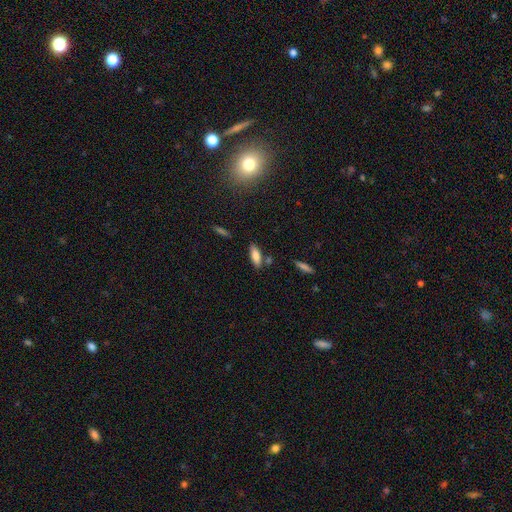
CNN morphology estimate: A smooth galaxy with no disk features (81%) that is in between round and cigar-shaped (63%).

Vote fractions:
- Smooth or featured? smooth: 81% / featured or disk: 12% / star or artifact: 7%
- How rounded? in between: 63% / cigar-shaped: 35% / round: 2%
- Merging? none: 76% / minor disturbance: 13% / merger: 8% / major disturbance: 3%